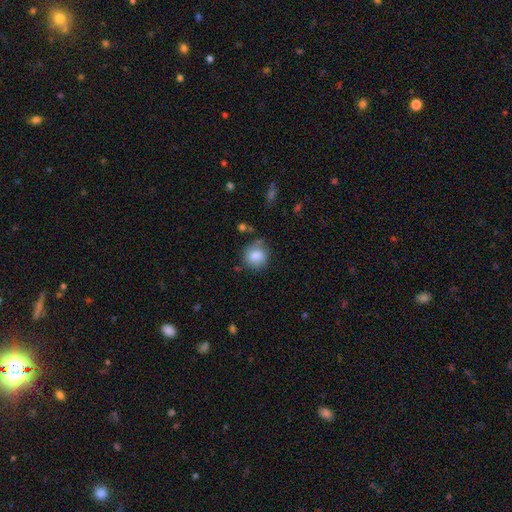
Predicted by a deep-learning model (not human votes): Smooth or featured? Predicted: smooth (p=0.84). How rounded? Predicted: round (p=0.82). Merging? Predicted: none (p=0.70).